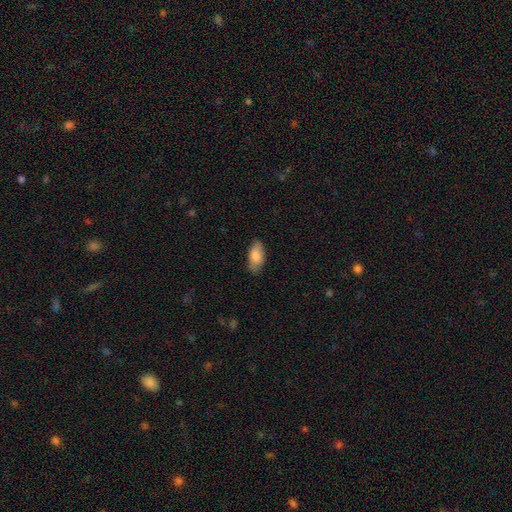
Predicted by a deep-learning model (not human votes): A smooth galaxy with no disk features (85%) that is in between round and cigar-shaped (90%). Merging: none (80%).